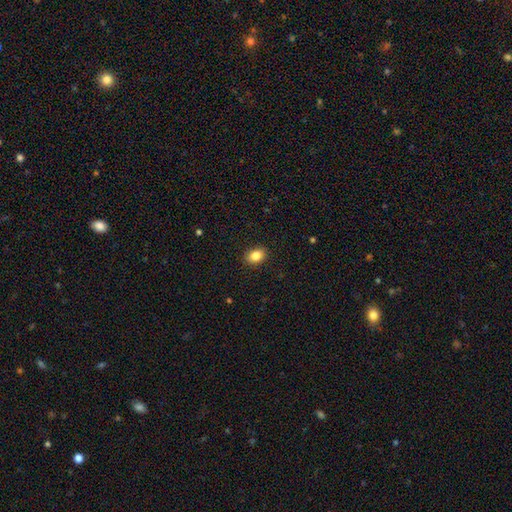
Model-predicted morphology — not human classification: Smooth or featured? Predicted: smooth (p=0.85). How rounded? Predicted: in between (p=0.71). Merging? Predicted: none (p=0.90).